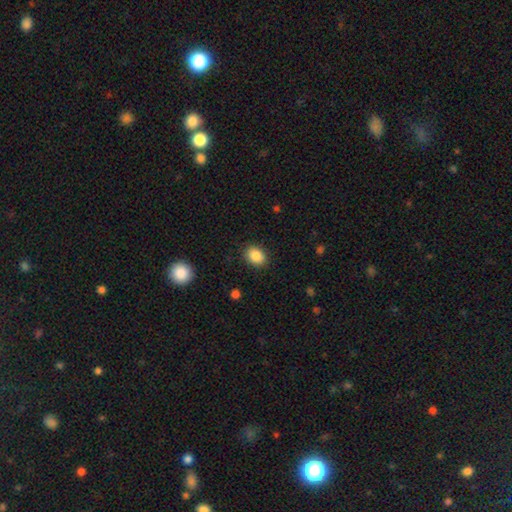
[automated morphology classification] Smooth or featured: smooth — 88% (star or artifact — 8%)
How rounded: in between — 64% (round — 35%)
Merging: none — 88% (minor disturbance — 8%)